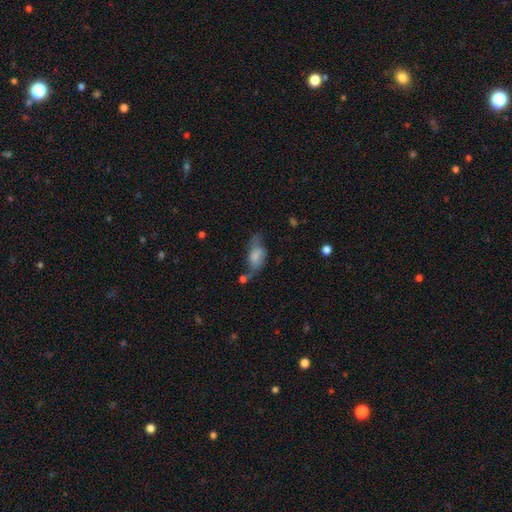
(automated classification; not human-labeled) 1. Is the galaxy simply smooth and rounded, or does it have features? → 55% smooth, 36% featured or disk, 9% star or artifact.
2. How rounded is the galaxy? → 87% in between, 8% cigar-shaped, 6% round.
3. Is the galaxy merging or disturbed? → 34% none, 27% minor disturbance, 26% major disturbance, 14% merger.